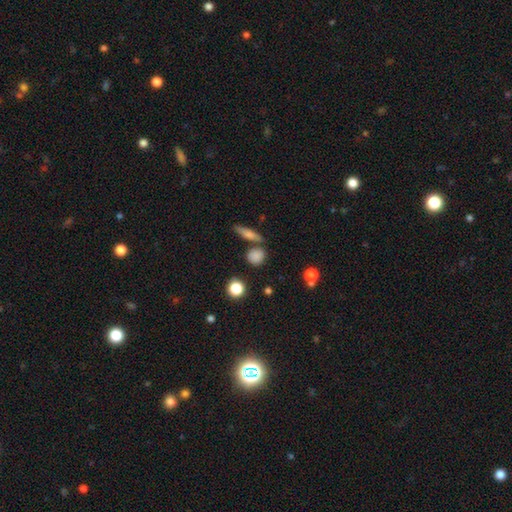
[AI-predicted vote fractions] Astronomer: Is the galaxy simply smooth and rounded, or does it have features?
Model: smooth — 81%.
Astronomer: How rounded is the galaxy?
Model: round — 75%.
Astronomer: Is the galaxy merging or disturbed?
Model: none — 73%.